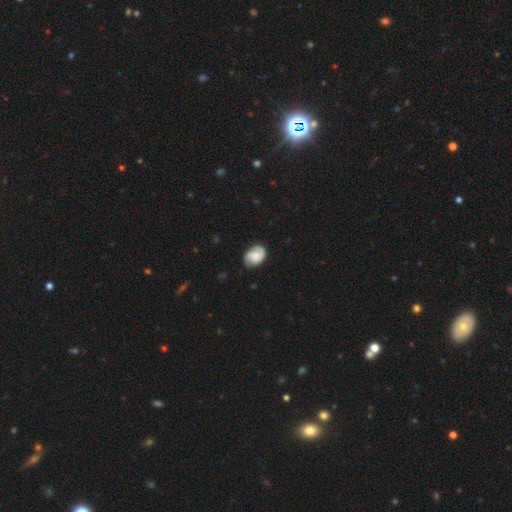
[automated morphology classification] featured or disk 59%, smooth 34%, star or artifact 7%. Down the decision tree: edge-on disk — no (98%); bar — no (62%); spiral arms — yes (92%); spiral arm count — 2 (77%); spiral winding — tight (44%); bulge size — small (37%, tied with moderate); merging — none (73%).